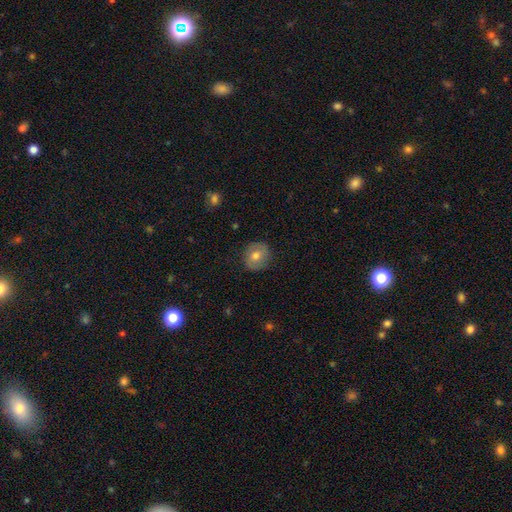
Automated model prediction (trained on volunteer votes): Smooth or featured? smooth (66%)
How rounded? round (81%)
Merging? none (83%)